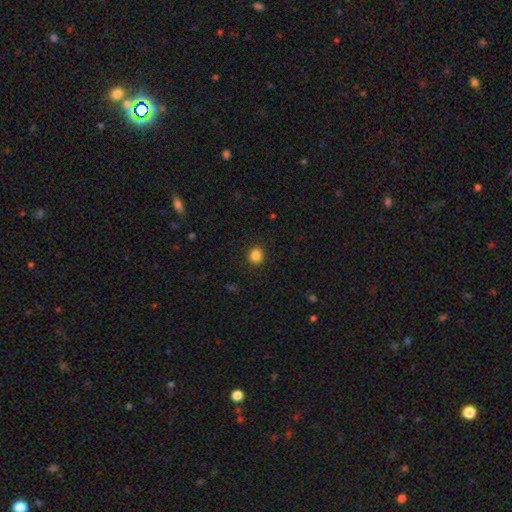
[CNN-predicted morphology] Smooth or featured? smooth (85%)
How rounded? round (83%)
Merging? none (91%)